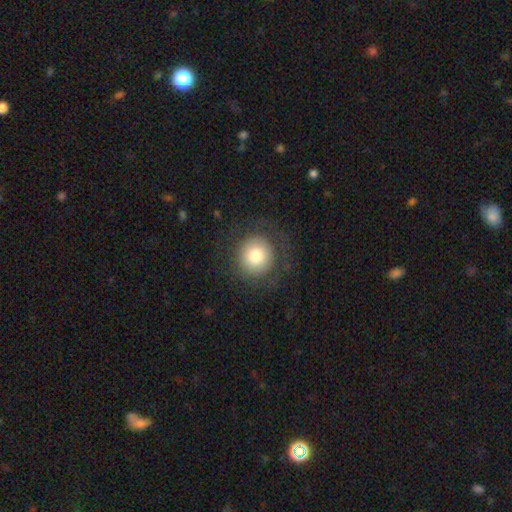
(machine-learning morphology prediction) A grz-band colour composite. It shows a smooth galaxy with no disk features (74%) that is round (94%). Merging: none (77%).